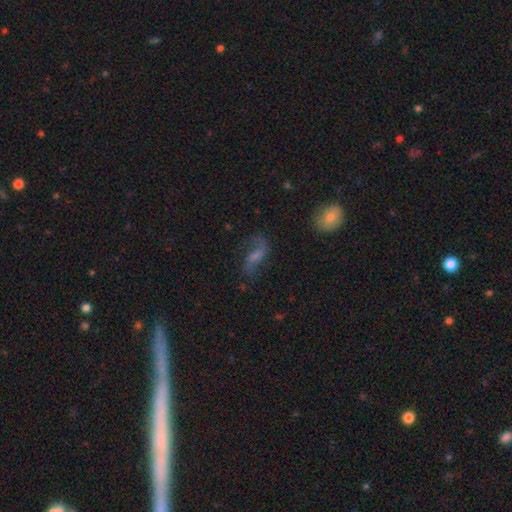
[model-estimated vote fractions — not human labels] Smooth or featured?
  - featured or disk: 71% *
  - smooth: 17%
  - star or artifact: 11%
Edge-on disk?
  - no: 95% *
  - yes: 5%
Bar?
  - weak: 47% *
  - no: 34%
  - strong: 19%
Spiral arms?
  - yes: 92% *
  - no: 8%
Spiral winding?
  - loose: 76% *
  - medium: 19%
  - tight: 5%
Spiral arm count?
  - 2: 88% *
  - 1: 5%
  - can't tell: 3%
  - 3: 1%
  - 4: 1%
  - more than 4: 1%
Bulge size?
  - small: 37% *
  - none: 28%
  - moderate: 27%
  - large: 6%
  - dominant: 2%
Merging?
  - none: 67% *
  - minor disturbance: 17%
  - major disturbance: 13%
  - merger: 3%